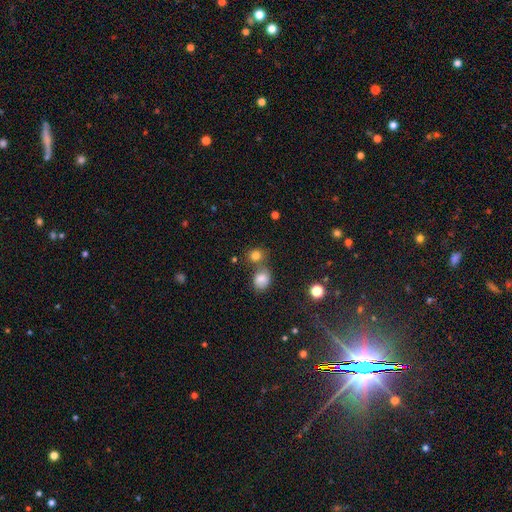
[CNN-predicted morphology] This is likely a smooth galaxy (80%). How rounded: likely round (76%). Merging: possibly none (59%).